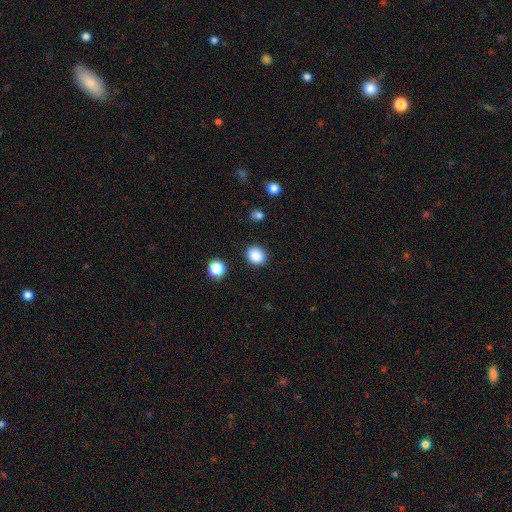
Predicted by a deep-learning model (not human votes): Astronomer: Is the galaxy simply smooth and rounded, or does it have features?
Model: smooth — 87%.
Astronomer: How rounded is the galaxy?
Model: round — 66%.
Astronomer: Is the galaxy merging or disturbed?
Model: none — 88%.